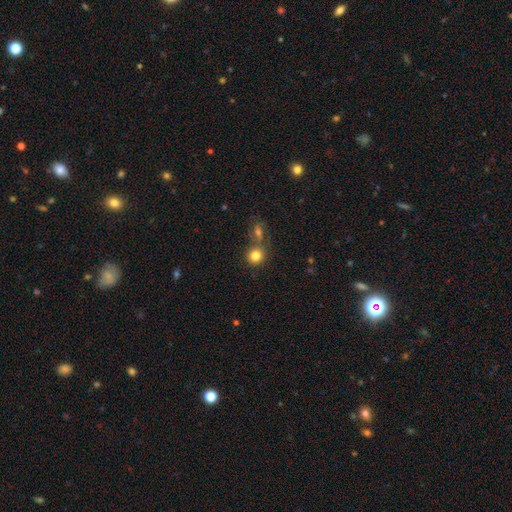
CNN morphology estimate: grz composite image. It shows a smooth galaxy with no disk features (80%) that is round (85%). Merging: none (57%).